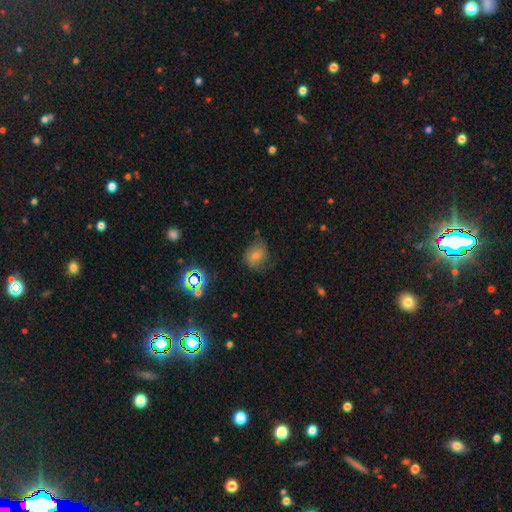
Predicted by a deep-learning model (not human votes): smooth 68%, featured or disk 17%, star or artifact 15%. Down the decision tree: how rounded — round (62%); merging — none (60%).